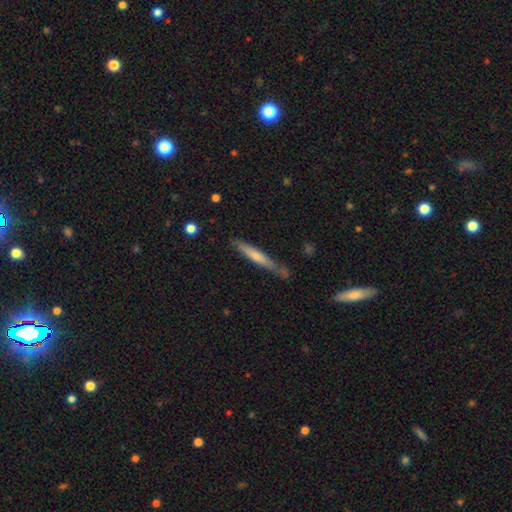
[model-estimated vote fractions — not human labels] Smooth or featured: smooth — 50% (featured or disk — 44%)
Merging: none — 73% (minor disturbance — 19%)